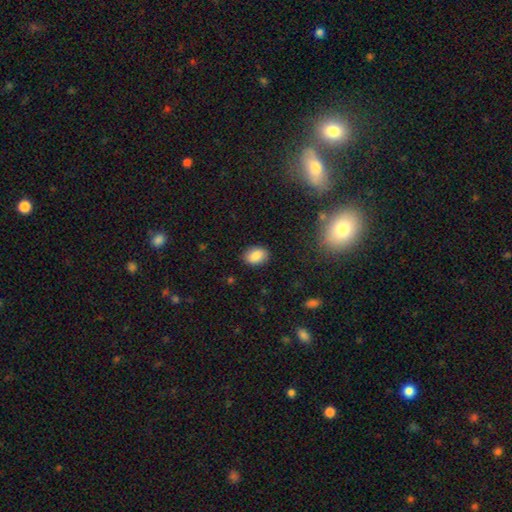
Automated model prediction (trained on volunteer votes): Morphology: type=smooth (84%); roundness=in between (79%); merging=none (87%).